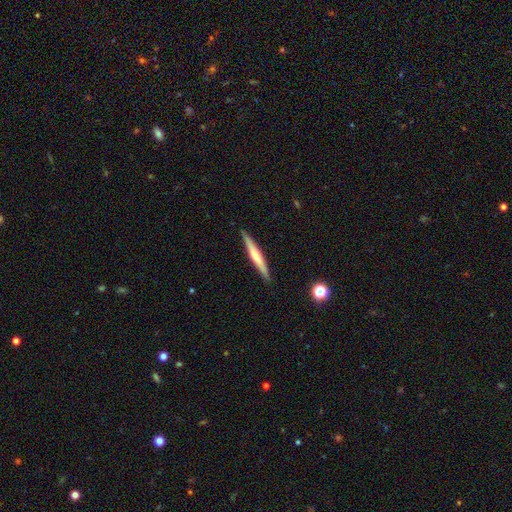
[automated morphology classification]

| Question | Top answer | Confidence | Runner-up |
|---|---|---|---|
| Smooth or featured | featured or disk | 50% | smooth (45%) |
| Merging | none | 90% | minor disturbance (8%) |